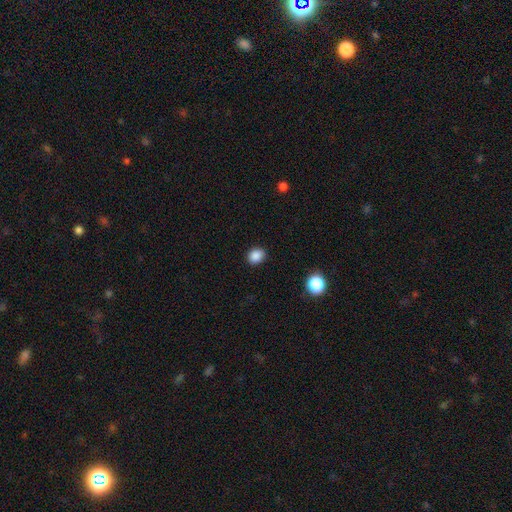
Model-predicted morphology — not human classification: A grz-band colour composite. It shows a smooth galaxy with no disk features (87%) that is round (57%). Merging: none (89%).